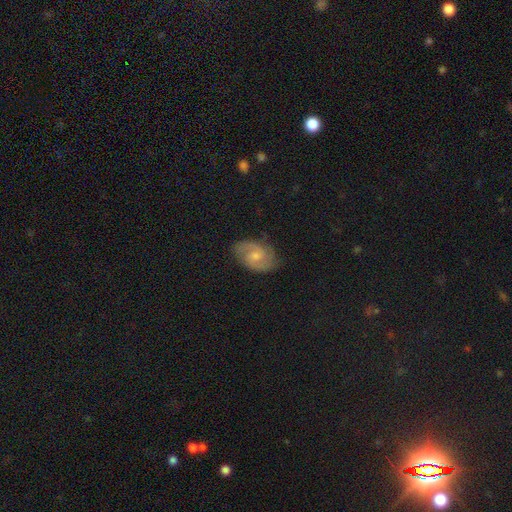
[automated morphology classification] Smooth or featured?
  - featured or disk: 73% *
  - smooth: 21%
  - star or artifact: 6%
Edge-on disk?
  - no: 97% *
  - yes: 3%
Bar?
  - no: 49% *
  - weak: 46%
  - strong: 6%
Spiral arms?
  - yes: 94% *
  - no: 6%
Spiral winding?
  - medium: 52% *
  - tight: 31%
  - loose: 17%
Spiral arm count?
  - 2: 88% *
  - can't tell: 6%
  - 3: 2%
  - 1: 2%
  - 4: 1%
  - more than 4: 1%
Bulge size?
  - moderate: 48% *
  - small: 42%
  - none: 6%
  - large: 3%
  - dominant: 1%
Merging?
  - none: 79% *
  - minor disturbance: 16%
  - major disturbance: 4%
  - merger: 1%